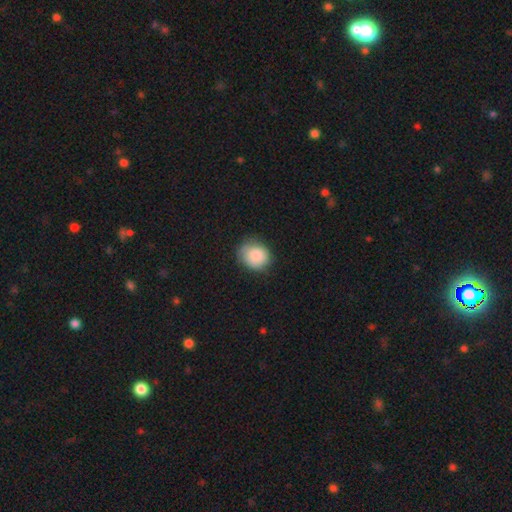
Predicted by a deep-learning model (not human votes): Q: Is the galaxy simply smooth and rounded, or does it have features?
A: smooth — 86%.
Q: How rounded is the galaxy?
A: round — 71%.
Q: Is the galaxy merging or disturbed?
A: none — 73%.